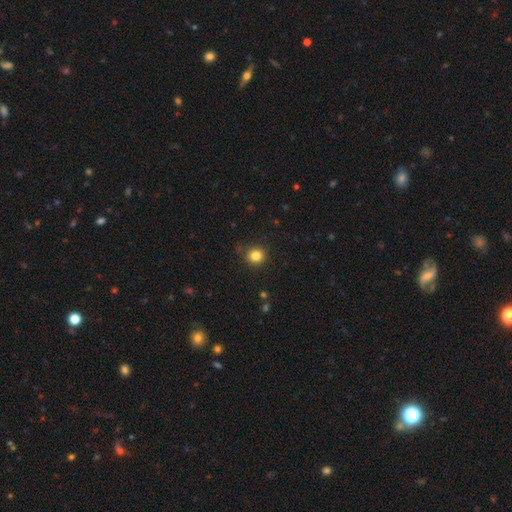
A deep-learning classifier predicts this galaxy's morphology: Overall: smooth (83%). How rounded: round (90%). Merging: none (88%).